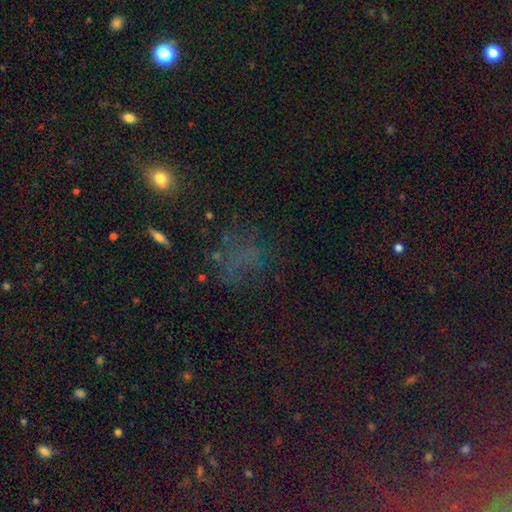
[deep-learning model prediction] Q: Smooth or featured?
A: star or artifact (37%); runner-up: smooth (35%)